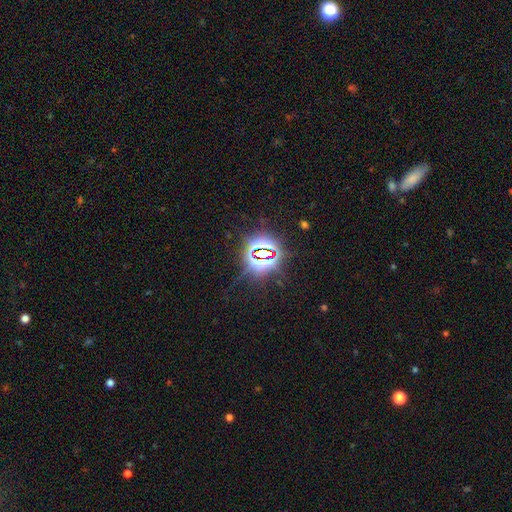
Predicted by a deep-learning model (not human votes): This appears to be a star or artifact, not a galaxy (81%).